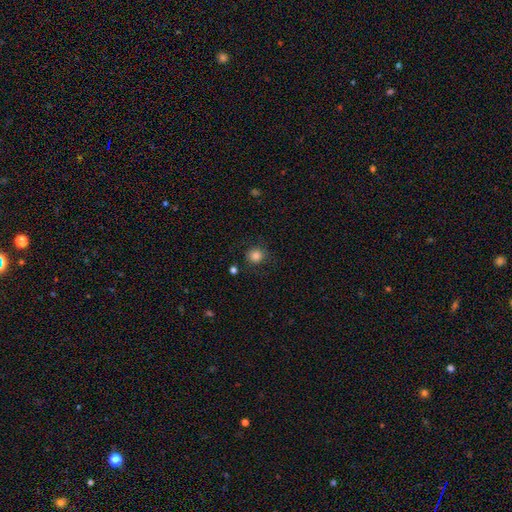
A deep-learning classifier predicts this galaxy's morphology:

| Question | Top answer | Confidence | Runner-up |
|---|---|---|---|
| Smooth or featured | smooth | 84% | star or artifact (11%) |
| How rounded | round | 90% | in between (9%) |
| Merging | none | 83% | minor disturbance (11%) |